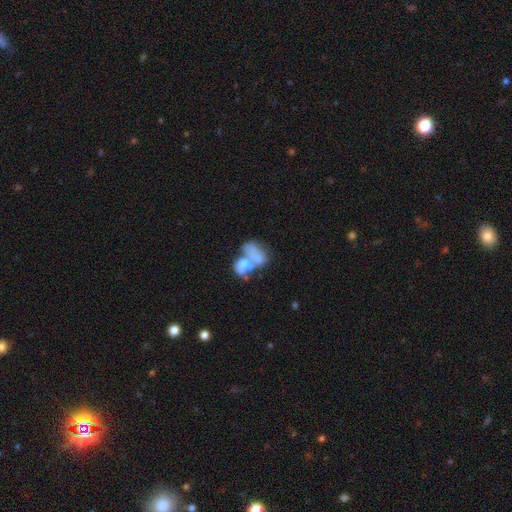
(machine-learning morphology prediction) type=smooth (49%); merging=merger (63%).